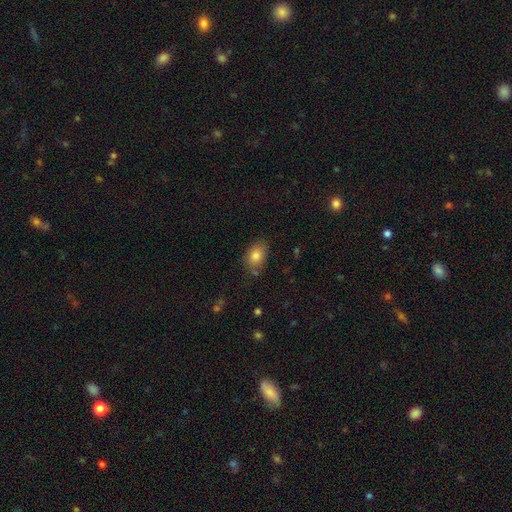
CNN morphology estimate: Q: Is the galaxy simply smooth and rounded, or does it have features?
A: smooth — 83%.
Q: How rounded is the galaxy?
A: in between — 78%.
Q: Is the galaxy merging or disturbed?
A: none — 72%.